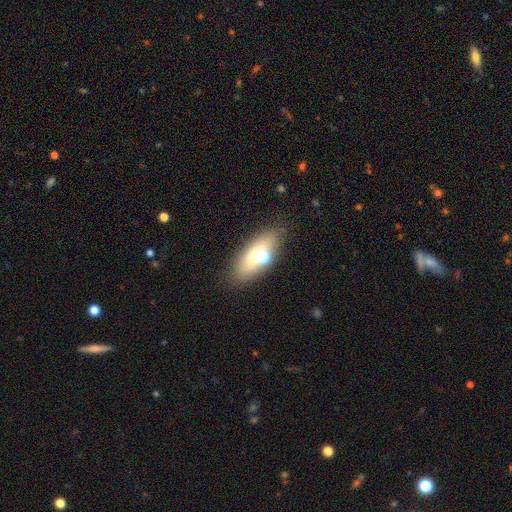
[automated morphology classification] Overall: smooth (56%; featured or disk 33%). How rounded: in between (77%). Merging: none (63%).